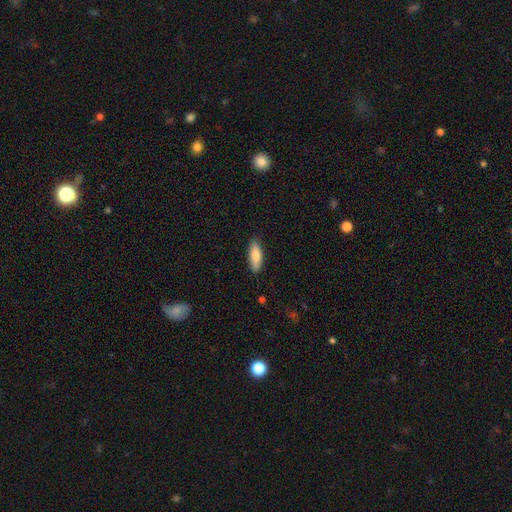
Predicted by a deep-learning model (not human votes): Smooth or featured?
  - smooth: 84% *
  - featured or disk: 11%
  - star or artifact: 6%
How rounded?
  - in between: 61% *
  - cigar-shaped: 37%
  - round: 2%
Merging?
  - none: 87% *
  - minor disturbance: 10%
  - major disturbance: 2%
  - merger: 1%